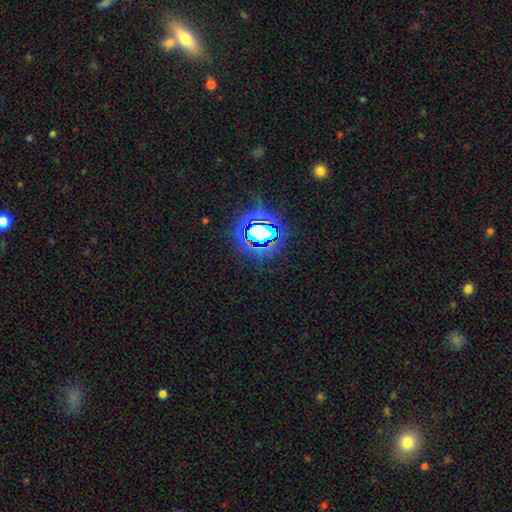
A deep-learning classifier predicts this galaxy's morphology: This is likely a star or artifact rather than a galaxy (79%).